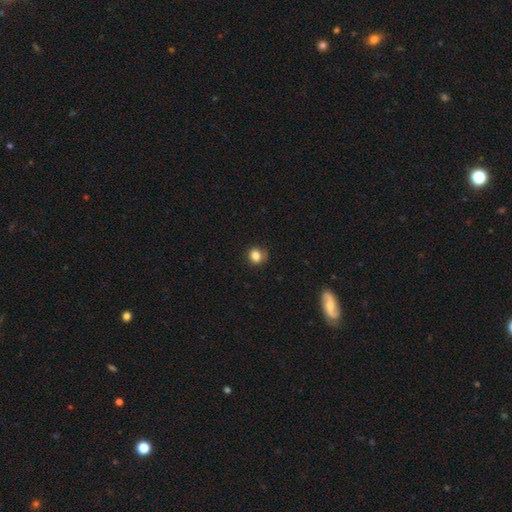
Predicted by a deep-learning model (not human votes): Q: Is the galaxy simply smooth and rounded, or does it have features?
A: smooth — 83%.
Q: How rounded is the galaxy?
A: round — 77%.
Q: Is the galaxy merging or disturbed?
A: none — 78%.